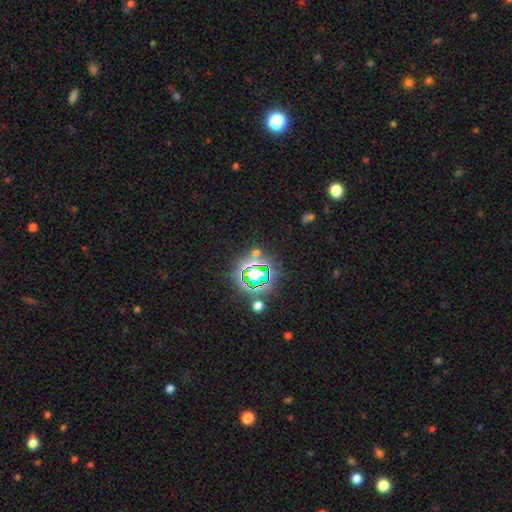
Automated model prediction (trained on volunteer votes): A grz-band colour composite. It shows a star or artifact, not a galaxy (74%).